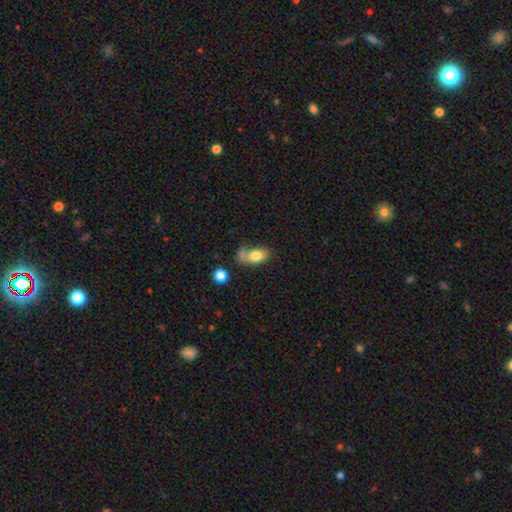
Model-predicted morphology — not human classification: This appears to be a smooth galaxy with no disk features (78%) that is in between round and cigar-shaped (83%). Merging: none (38%).